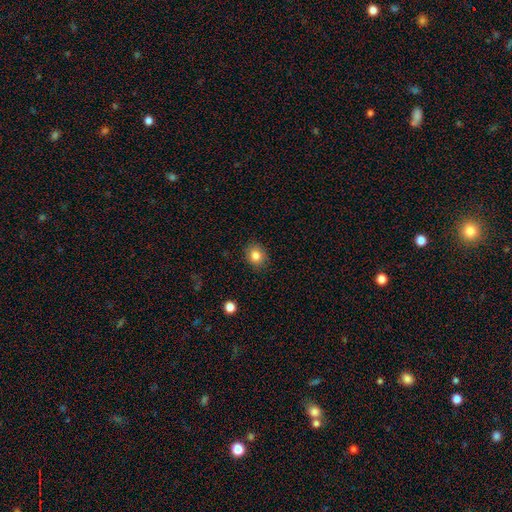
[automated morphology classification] A smooth galaxy with no disk features (83%) that is round (69%).

Vote fractions:
- Smooth or featured? smooth: 83% / star or artifact: 10% / featured or disk: 7%
- How rounded? round: 69% / in between: 30% / cigar-shaped: 1%
- Merging? none: 88% / minor disturbance: 9% / major disturbance: 2% / merger: 1%